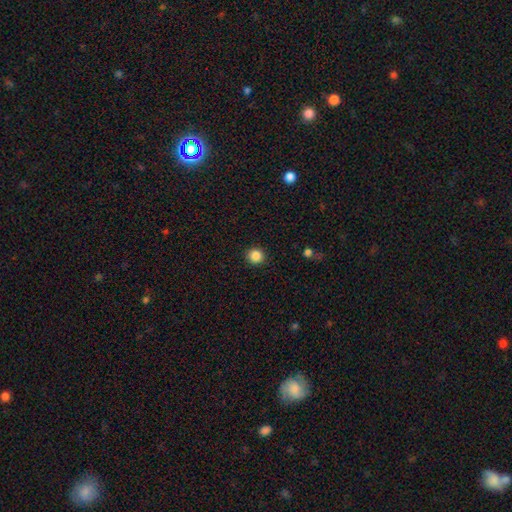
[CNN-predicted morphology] Overall: smooth (86%). How rounded: round (92%). Merging: none (91%).